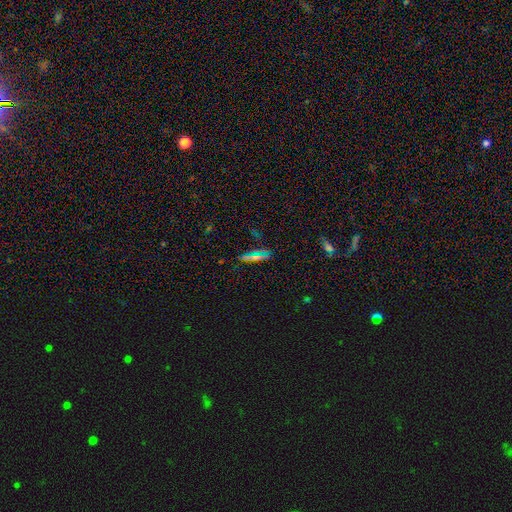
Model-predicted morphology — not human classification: smooth_or_featured: smooth (p=0.41) [alt: featured or disk p=0.33]
merging: none (p=0.79) [alt: minor disturbance p=0.13]